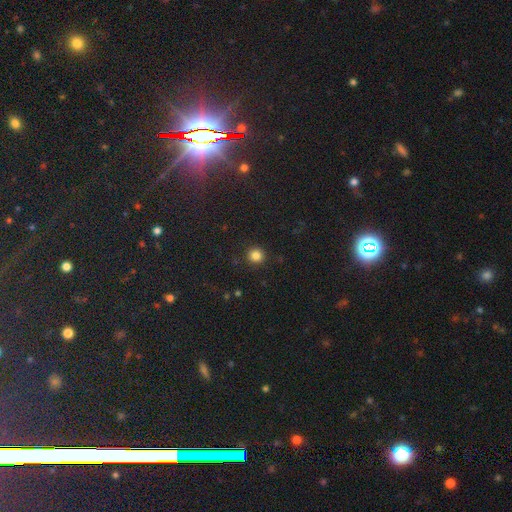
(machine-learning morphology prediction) smooth_or_featured: smooth (p=0.84) [alt: star or artifact p=0.12]
how_rounded: round (p=0.93) [alt: in between p=0.06]
merging: none (p=0.91) [alt: minor disturbance p=0.05]